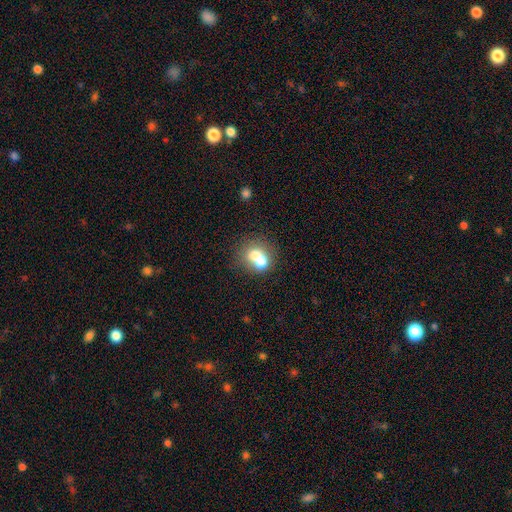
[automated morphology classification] Smooth or featured? smooth (65%)
How rounded? round (65%)
Merging? merger (62%)